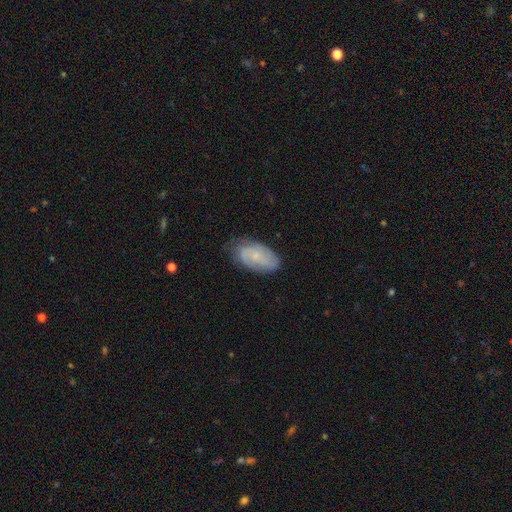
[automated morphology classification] Overall: featured or disk (63%; smooth 30%). Edge-on disk: no (96%). Bar: no (69%). Spiral arms: yes (90%). Spiral arm count: 2 (43%; can't tell 30%). Spiral winding: tight (46%; medium 39%). Bulge size: small (72%). Merging: none (71%).